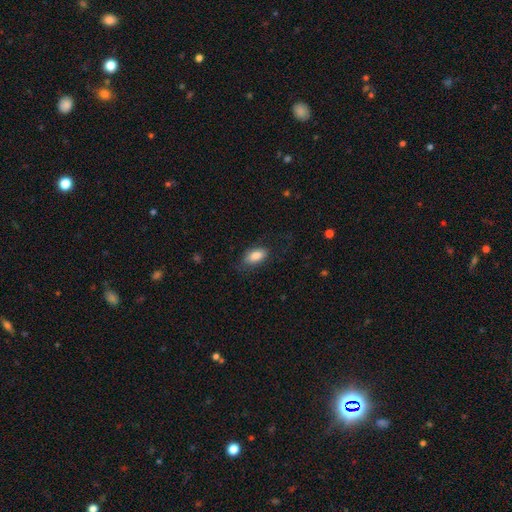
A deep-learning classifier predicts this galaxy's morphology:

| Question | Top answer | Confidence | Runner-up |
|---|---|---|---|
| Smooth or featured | smooth | 86% | featured or disk (7%) |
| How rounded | in between | 91% | cigar-shaped (5%) |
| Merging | none | 75% | minor disturbance (18%) |